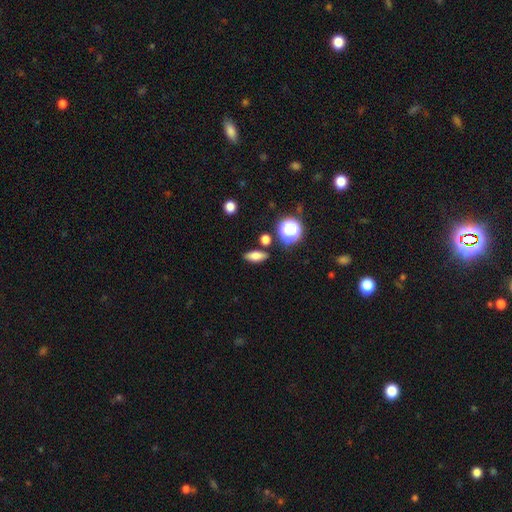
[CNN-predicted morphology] Smooth or featured?
  - smooth: 74% *
  - featured or disk: 13%
  - star or artifact: 13%
How rounded?
  - in between: 68% *
  - cigar-shaped: 21%
  - round: 11%
Merging?
  - none: 82% *
  - minor disturbance: 10%
  - merger: 5%
  - major disturbance: 3%